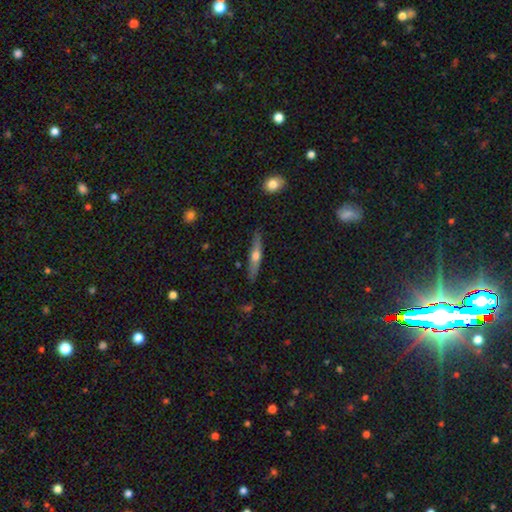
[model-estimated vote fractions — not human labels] Smooth or featured? Predicted: featured or disk (p=0.53). Edge-on disk? Predicted: yes (p=0.92). Merging? Predicted: none (p=0.85).